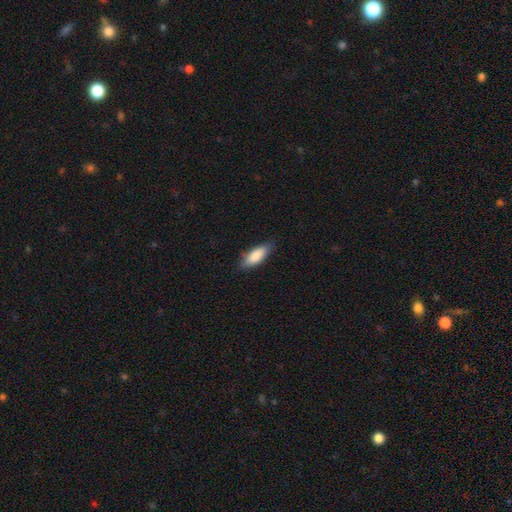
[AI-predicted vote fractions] Smooth or featured?
  - smooth: 85% *
  - featured or disk: 9%
  - star or artifact: 6%
How rounded?
  - in between: 74% *
  - cigar-shaped: 24%
  - round: 2%
Merging?
  - none: 80% *
  - minor disturbance: 16%
  - major disturbance: 3%
  - merger: 1%